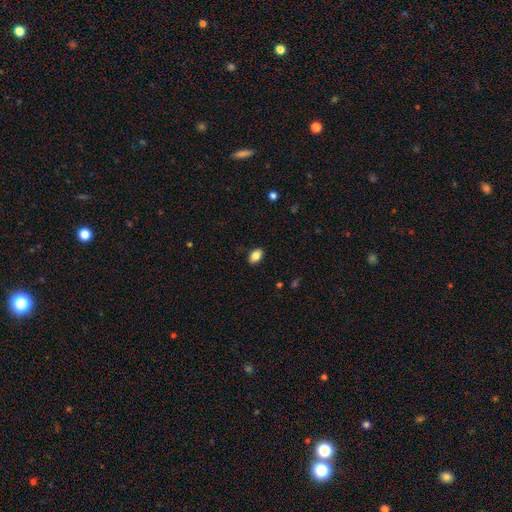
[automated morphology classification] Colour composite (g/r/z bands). It shows a smooth galaxy with no disk features (86%) that is in between round and cigar-shaped (87%). Merging: none (87%).